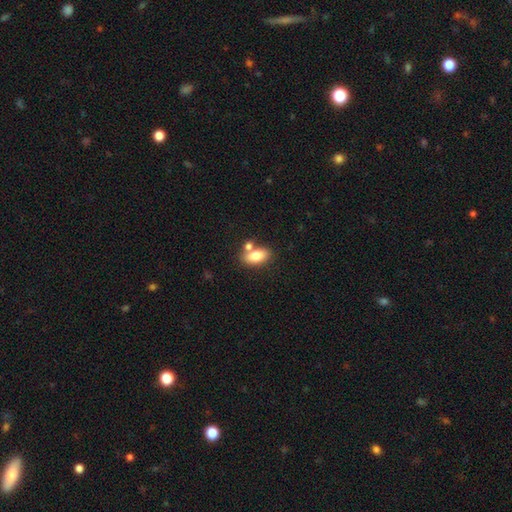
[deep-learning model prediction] smooth_or_featured: smooth (p=0.80) [alt: featured or disk p=0.12]
how_rounded: in between (p=0.89) [alt: round p=0.07]
merging: none (p=0.59) [alt: merger p=0.26]